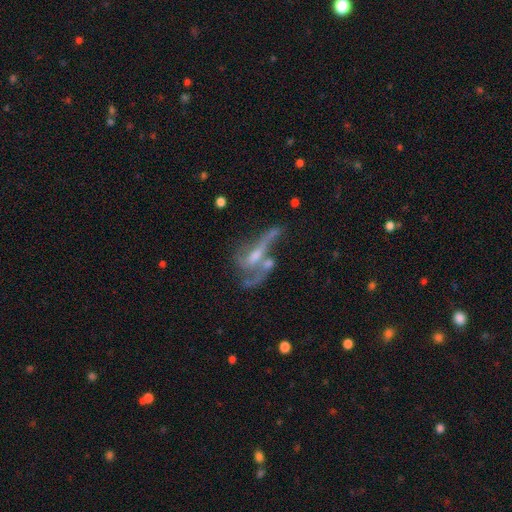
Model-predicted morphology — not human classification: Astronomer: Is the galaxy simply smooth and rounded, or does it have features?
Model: featured or disk — 72%.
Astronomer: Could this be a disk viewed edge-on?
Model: no — 79%.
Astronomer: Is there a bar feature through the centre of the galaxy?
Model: no — 49% (runner-up: weak, 33%).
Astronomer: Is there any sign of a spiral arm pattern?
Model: yes — 65%.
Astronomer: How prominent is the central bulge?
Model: small — 40% (runner-up: moderate, 39%).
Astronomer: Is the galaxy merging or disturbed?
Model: major disturbance — 30% (runner-up: merger, 29%).